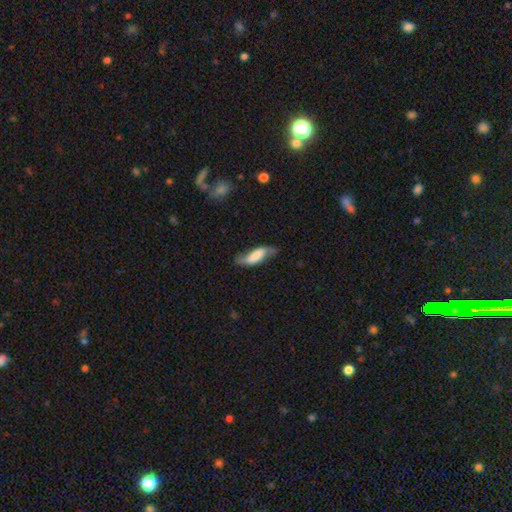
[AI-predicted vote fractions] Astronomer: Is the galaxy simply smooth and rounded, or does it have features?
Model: smooth — 51% (runner-up: featured or disk, 42%).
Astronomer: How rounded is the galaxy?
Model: in between — 57% (runner-up: cigar-shaped, 41%).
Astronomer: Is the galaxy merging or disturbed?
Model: none — 61%.